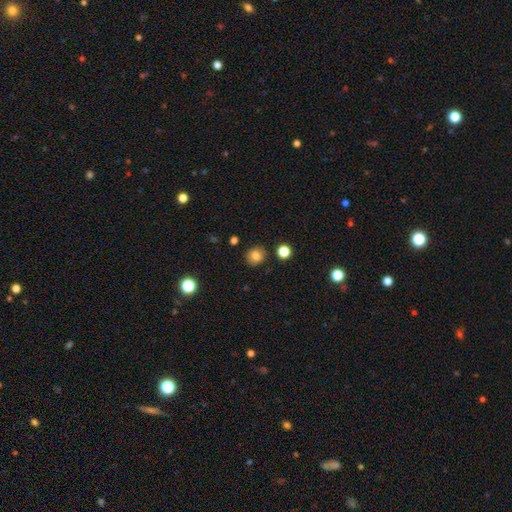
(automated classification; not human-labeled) Smooth or featured? smooth (82%)
How rounded? round (85%)
Merging? none (87%)